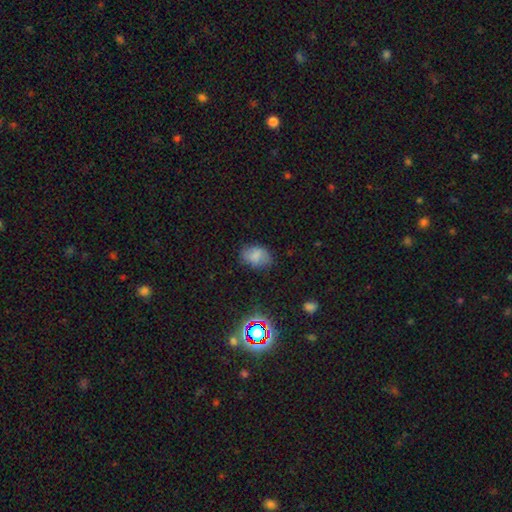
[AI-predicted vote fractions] Q: Smooth or featured?
A: smooth (75%); runner-up: star or artifact (14%)
Q: How rounded?
A: in between (76%); runner-up: round (23%)
Q: Merging?
A: none (70%); runner-up: minor disturbance (22%)